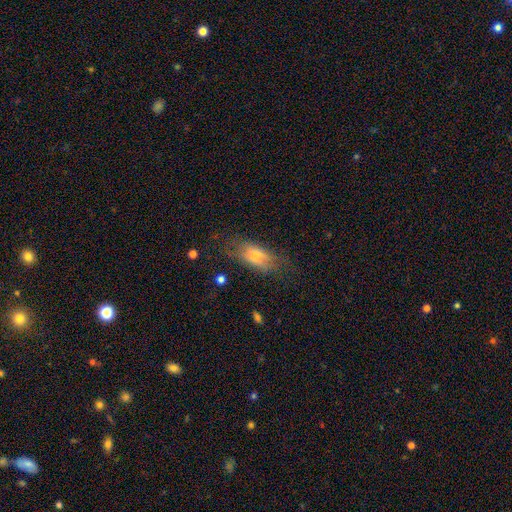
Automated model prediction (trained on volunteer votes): Q: Smooth or featured?
A: smooth (66%); runner-up: featured or disk (25%)
Q: How rounded?
A: in between (81%); runner-up: cigar-shaped (12%)
Q: Merging?
A: none (62%); runner-up: minor disturbance (24%)